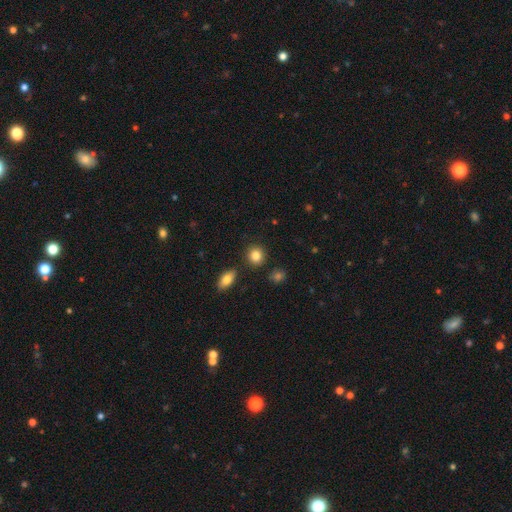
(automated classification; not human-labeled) Smooth or featured?
  - smooth: 85% *
  - star or artifact: 9%
  - featured or disk: 6%
How rounded?
  - round: 83% *
  - in between: 16%
  - cigar-shaped: 1%
Merging?
  - none: 86% *
  - minor disturbance: 8%
  - merger: 4%
  - major disturbance: 2%